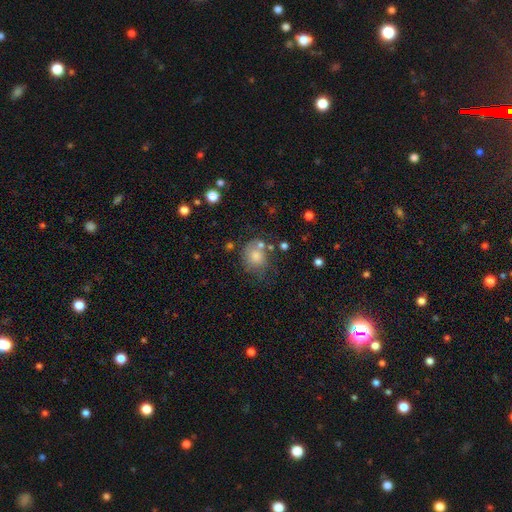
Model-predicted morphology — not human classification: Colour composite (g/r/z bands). It shows a smooth galaxy with no disk features (68%) that is round (68%). Merging: none (54%).